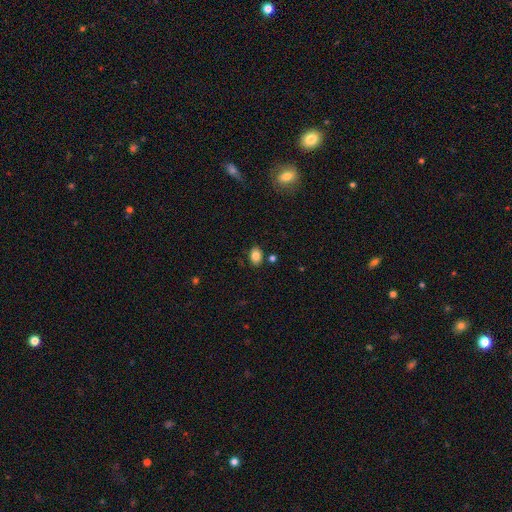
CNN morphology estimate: smooth_or_featured: smooth (p=0.83) [alt: star or artifact p=0.10]
how_rounded: in between (p=0.71) [alt: round p=0.28]
merging: none (p=0.82) [alt: minor disturbance p=0.11]